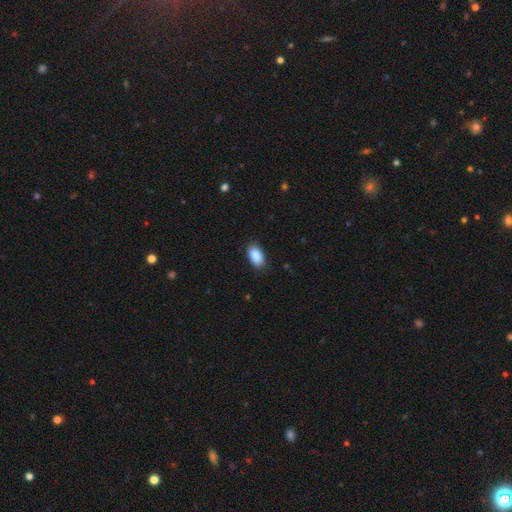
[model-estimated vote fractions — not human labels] smooth 90%, star or artifact 7%, featured or disk 3%. Down the decision tree: how rounded — in between (94%); merging — none (86%).